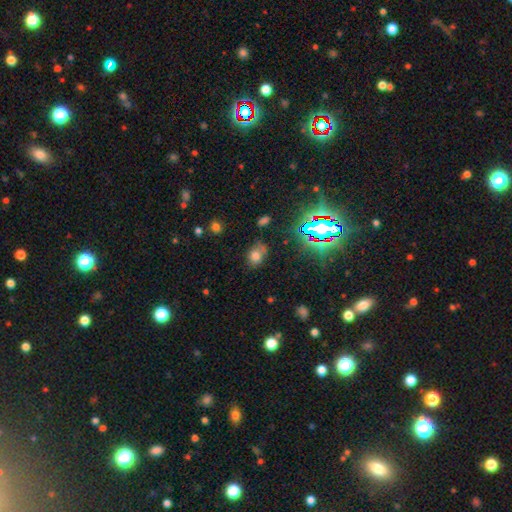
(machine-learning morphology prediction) Q: Smooth or featured?
A: smooth (68%); runner-up: star or artifact (21%)
Q: How rounded?
A: in between (62%); runner-up: round (37%)
Q: Merging?
A: none (57%); runner-up: minor disturbance (25%)